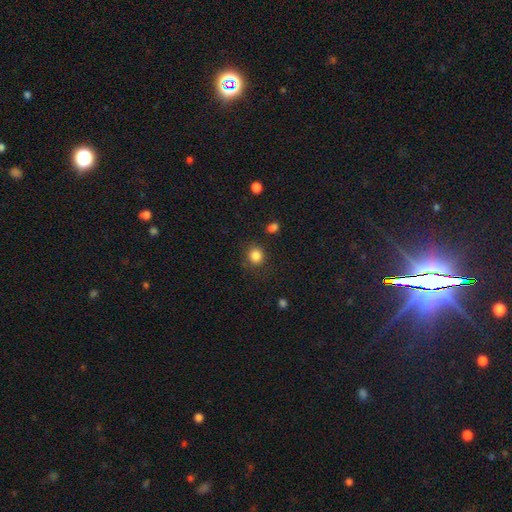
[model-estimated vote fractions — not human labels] Q: Smooth or featured?
A: smooth (85%); runner-up: star or artifact (11%)
Q: How rounded?
A: round (84%); runner-up: in between (15%)
Q: Merging?
A: none (82%); runner-up: minor disturbance (11%)